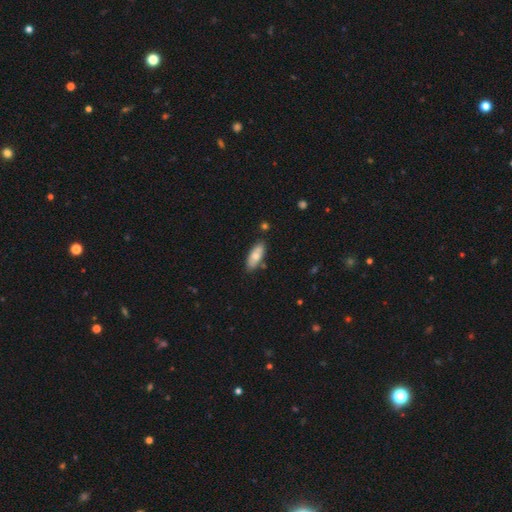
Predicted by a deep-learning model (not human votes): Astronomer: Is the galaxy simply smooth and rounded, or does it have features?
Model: smooth — 68%.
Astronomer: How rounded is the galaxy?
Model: in between — 78%.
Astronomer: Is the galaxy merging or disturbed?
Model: none — 81%.